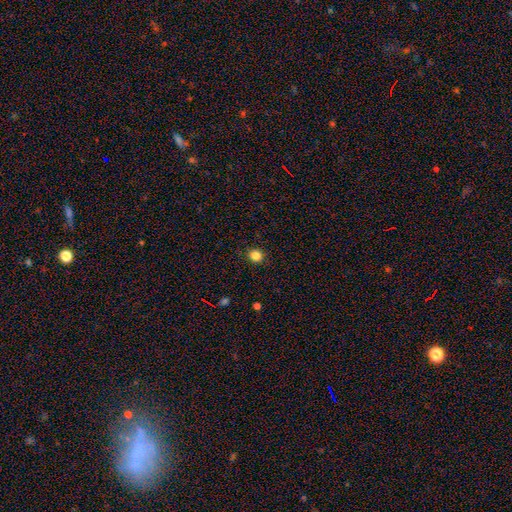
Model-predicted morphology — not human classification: Q: Smooth or featured?
A: smooth (84%); runner-up: star or artifact (12%)
Q: How rounded?
A: round (85%); runner-up: in between (14%)
Q: Merging?
A: none (91%); runner-up: minor disturbance (6%)